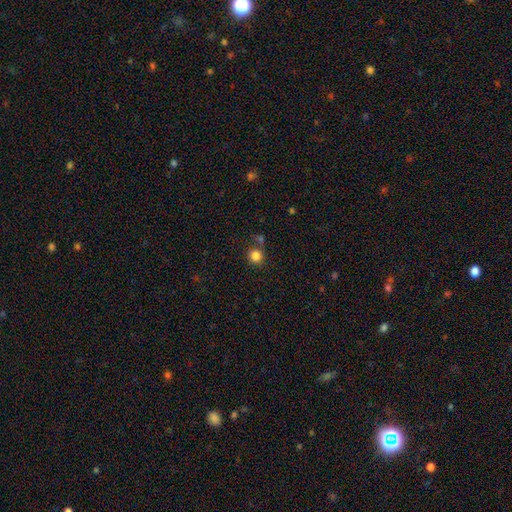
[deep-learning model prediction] This is clearly a smooth galaxy (84%). How rounded: clearly round (91%). Merging: likely none (73%).